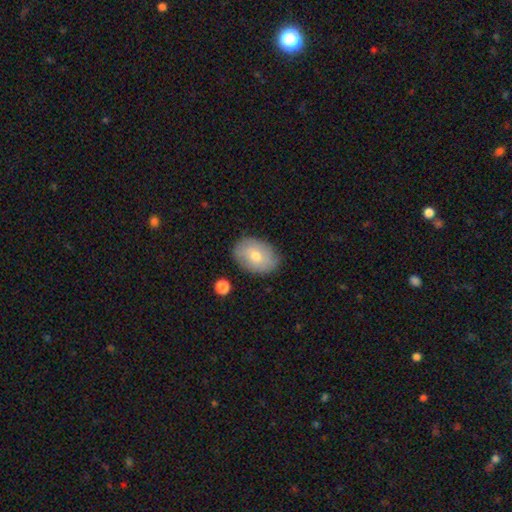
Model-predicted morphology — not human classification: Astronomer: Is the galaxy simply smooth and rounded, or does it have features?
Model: smooth — 68%.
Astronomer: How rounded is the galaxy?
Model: in between — 77%.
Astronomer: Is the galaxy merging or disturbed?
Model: none — 83%.